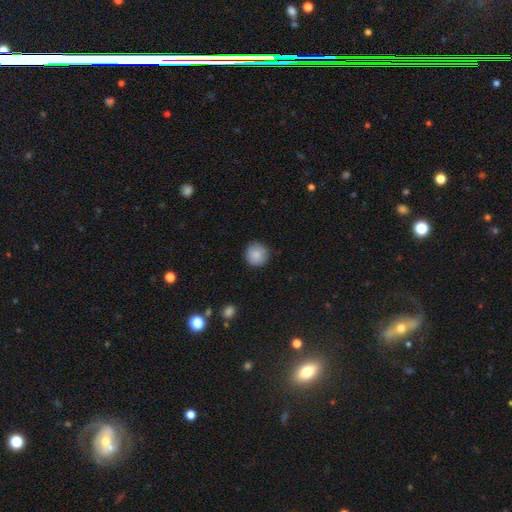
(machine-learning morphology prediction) smooth 87%, star or artifact 8%, featured or disk 5%. Down the decision tree: how rounded — round (95%); merging — none (89%).